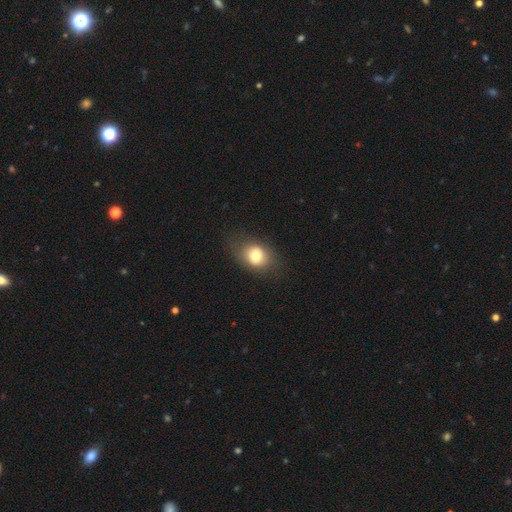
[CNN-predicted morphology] A smooth galaxy with no disk features (76%) that is in between round and cigar-shaped (59%). Merging: none (77%).